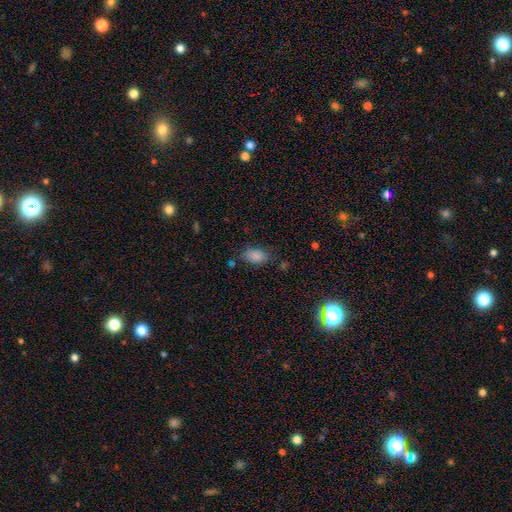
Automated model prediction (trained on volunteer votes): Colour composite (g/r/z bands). It shows a smooth galaxy with no disk features (85%) that is in between round and cigar-shaped (88%). Merging: none (71%).